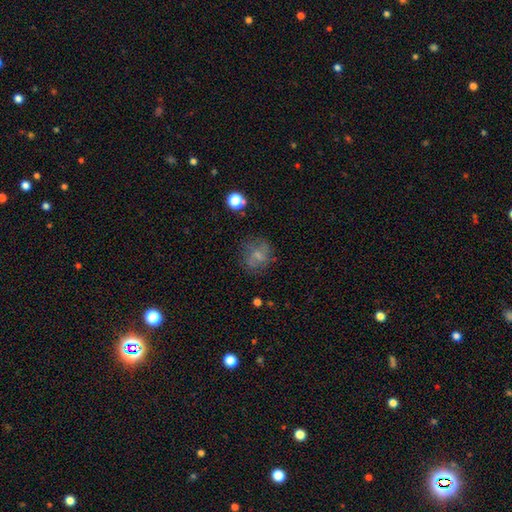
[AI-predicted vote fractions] Morphology: type=smooth (57%); roundness=round (70%); merging=none (62%).